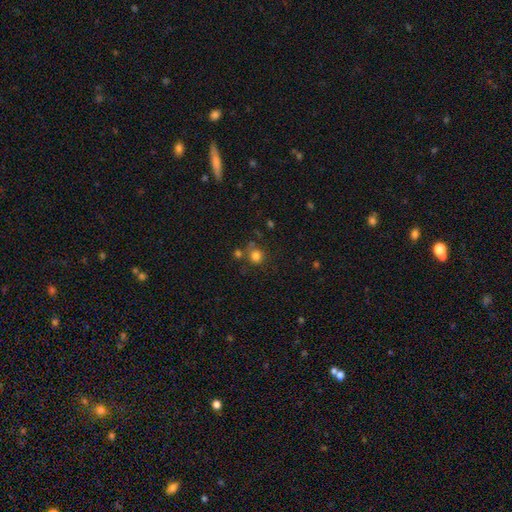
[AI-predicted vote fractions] A smooth galaxy with no disk features (78%) that is round (89%). Merging: none (67%).